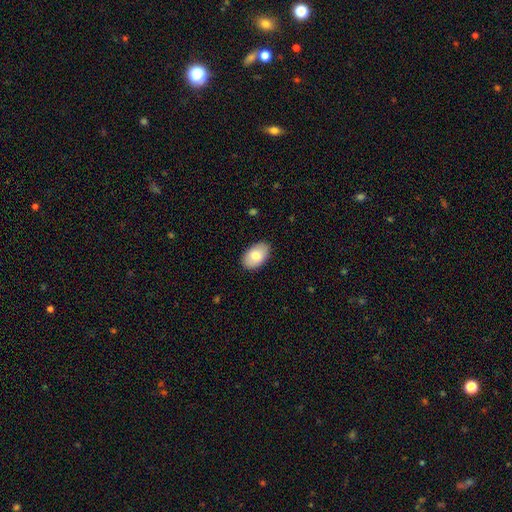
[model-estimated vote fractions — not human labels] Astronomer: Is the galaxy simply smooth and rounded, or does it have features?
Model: smooth — 79%.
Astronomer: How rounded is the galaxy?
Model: in between — 92%.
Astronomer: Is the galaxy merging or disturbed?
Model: none — 86%.